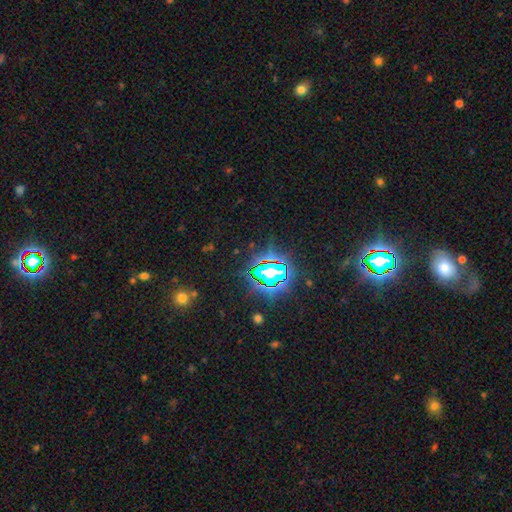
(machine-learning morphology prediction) star or artifact 80%, smooth 13%, featured or disk 7%.